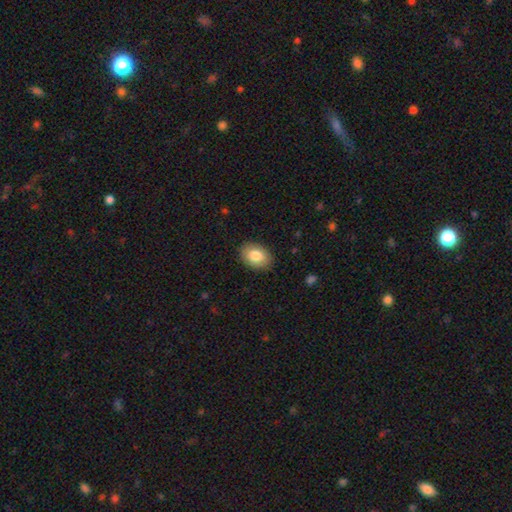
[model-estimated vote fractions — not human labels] Morphology: type=smooth (84%); roundness=in between (74%); merging=none (88%).